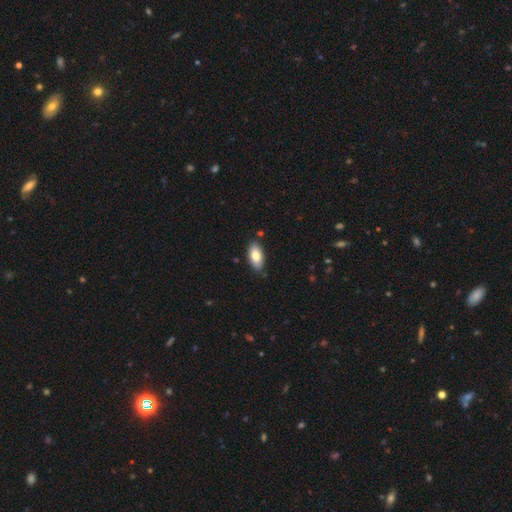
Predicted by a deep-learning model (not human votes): smooth-or-featured: smooth: 80% | featured or disk: 13% | star or artifact: 7%
  how-rounded: in between: 91% | cigar-shaped: 6% | round: 2%
  merging: none: 84% | minor disturbance: 12% | merger: 2% | major disturbance: 2%